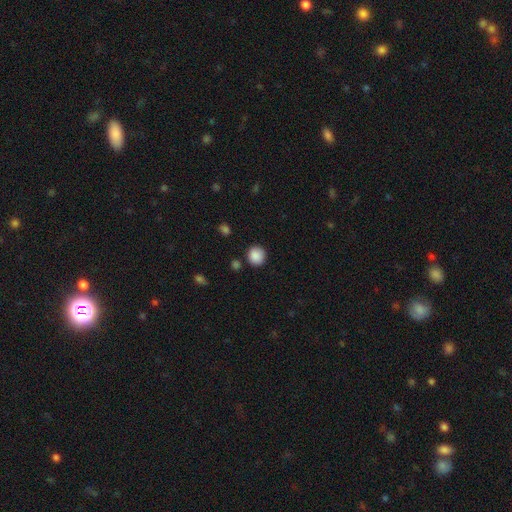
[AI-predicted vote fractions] This is clearly a smooth galaxy (88%). How rounded: clearly round (90%). Merging: clearly none (87%).